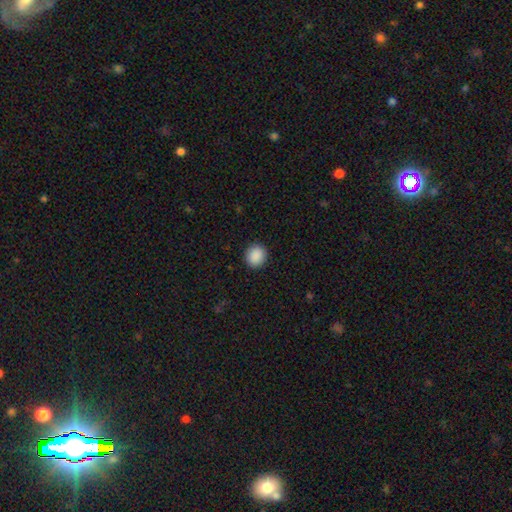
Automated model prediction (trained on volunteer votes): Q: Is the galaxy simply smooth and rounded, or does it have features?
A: smooth — 90%.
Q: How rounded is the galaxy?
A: round — 82%.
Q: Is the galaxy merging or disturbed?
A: none — 91%.